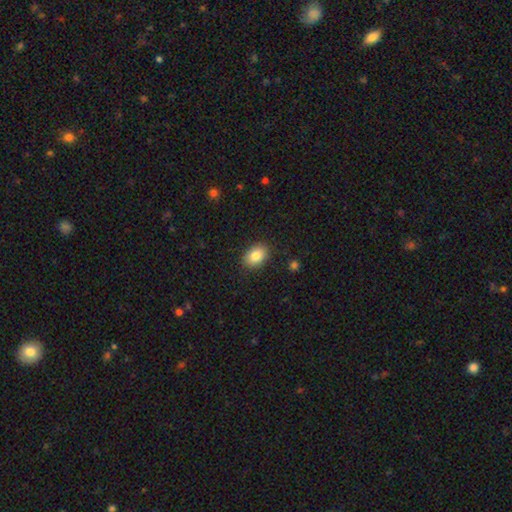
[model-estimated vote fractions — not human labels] Smooth or featured: smooth — 84% (star or artifact — 8%)
How rounded: in between — 78% (round — 21%)
Merging: none — 88% (minor disturbance — 8%)